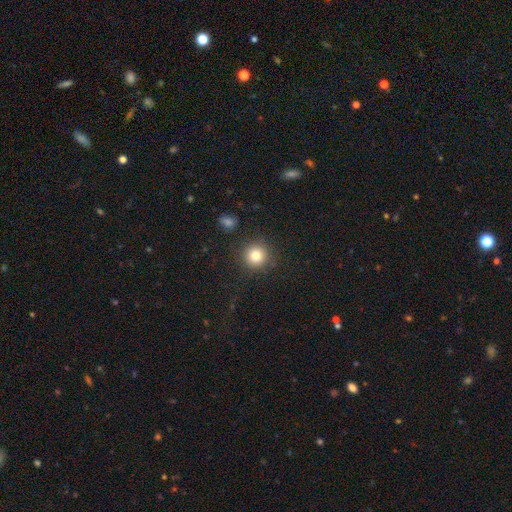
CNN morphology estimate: A smooth galaxy with no disk features (81%) that is round (94%). Merging: none (88%).